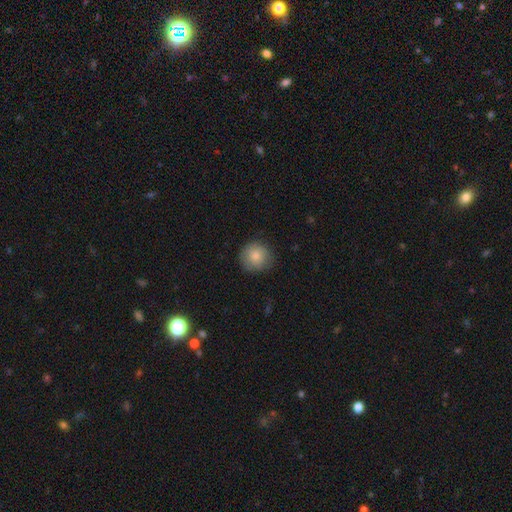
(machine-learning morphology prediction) type=smooth (85%); roundness=round (92%); merging=none (84%).